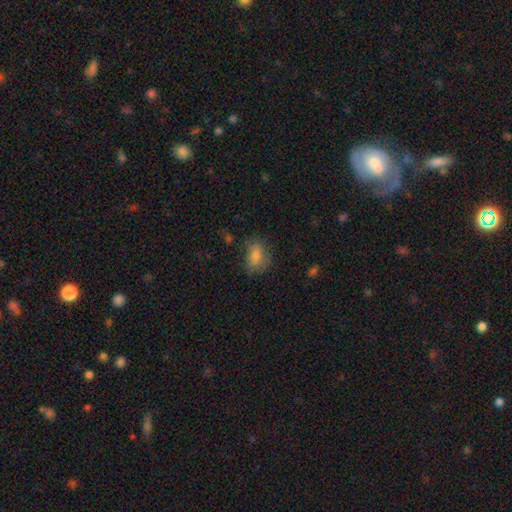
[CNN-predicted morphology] smooth_or_featured: smooth (p=0.71) [alt: featured or disk p=0.17]
how_rounded: in between (p=0.76) [alt: round p=0.21]
merging: none (p=0.69) [alt: minor disturbance p=0.21]